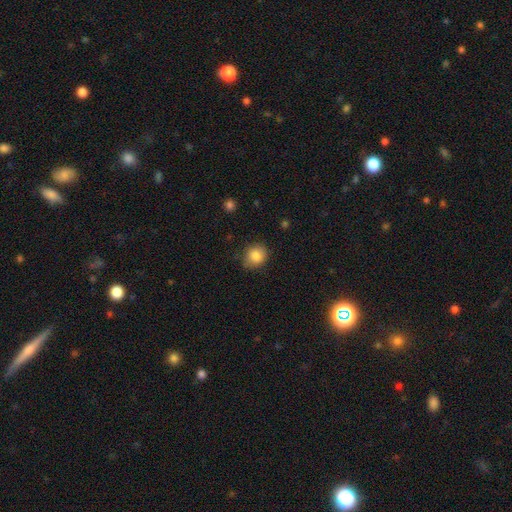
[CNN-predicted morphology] The model was most divided on "how rounded": round: 72%, in between: 27%, cigar-shaped: 1%. More confident: smooth or featured — smooth (85%); merging — none (78%).